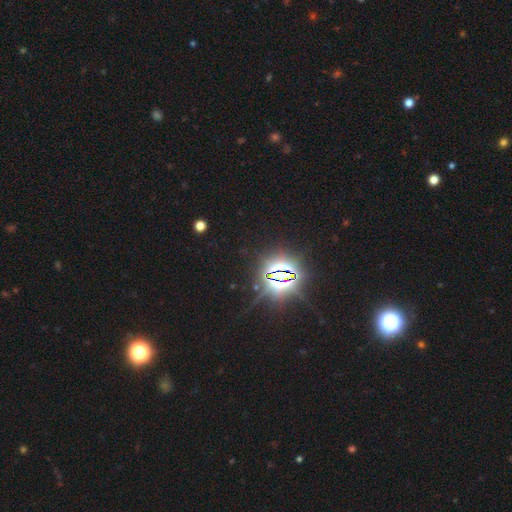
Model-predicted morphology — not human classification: This is clearly a star or artifact rather than a galaxy (83%).